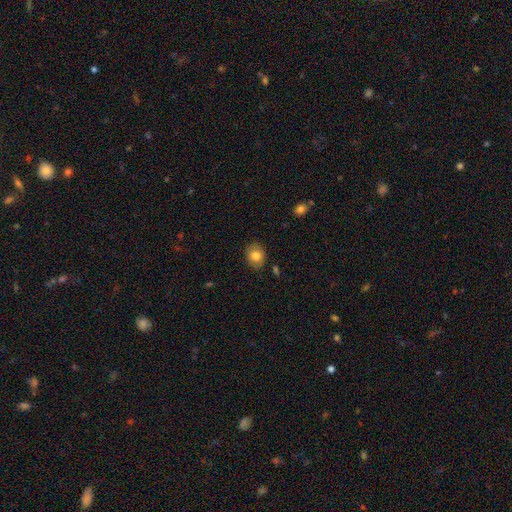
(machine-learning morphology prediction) Smooth or featured?
  - smooth: 81% *
  - featured or disk: 11%
  - star or artifact: 9%
How rounded?
  - round: 54% *
  - in between: 45%
  - cigar-shaped: 1%
Merging?
  - none: 86% *
  - minor disturbance: 10%
  - major disturbance: 2%
  - merger: 1%